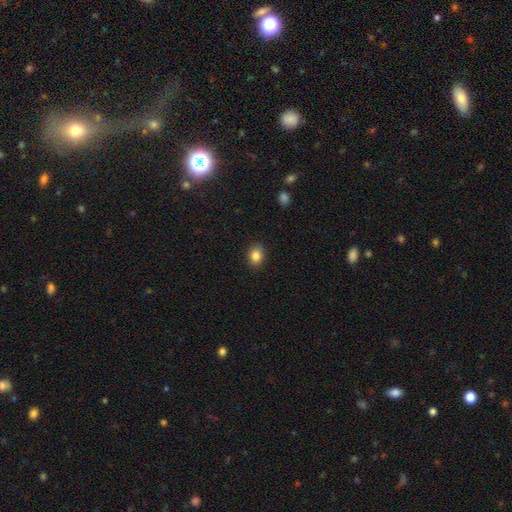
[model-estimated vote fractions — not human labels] This is clearly a smooth galaxy (85%). How rounded: possibly in between (52%). Merging: clearly none (88%).